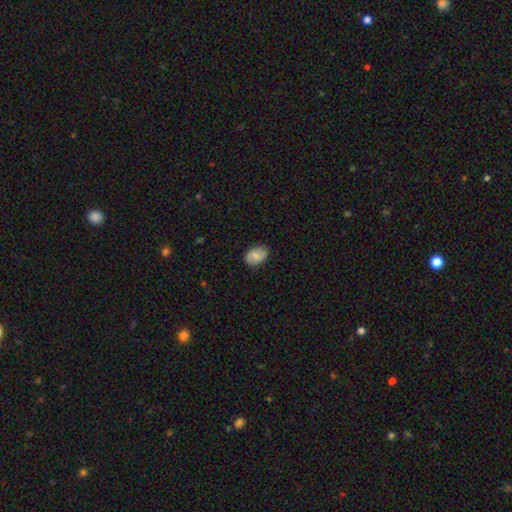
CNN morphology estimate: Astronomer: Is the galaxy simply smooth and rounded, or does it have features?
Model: smooth — 63%.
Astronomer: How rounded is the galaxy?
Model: in between — 83%.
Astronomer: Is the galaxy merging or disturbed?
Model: none — 82%.